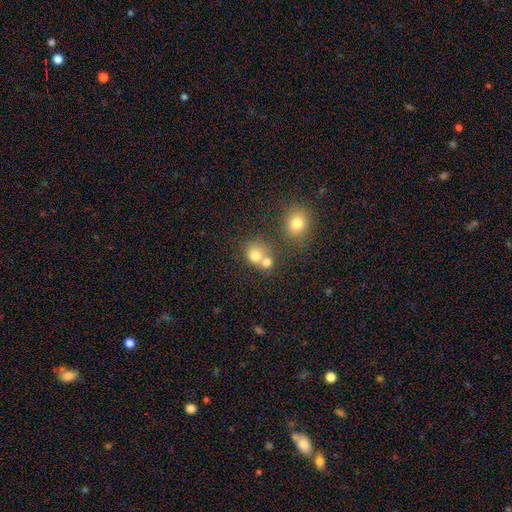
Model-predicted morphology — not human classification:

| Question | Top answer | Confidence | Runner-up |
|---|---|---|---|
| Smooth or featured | smooth | 74% | star or artifact (13%) |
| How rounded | round | 74% | in between (25%) |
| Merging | merger | 46% | none (41%) |